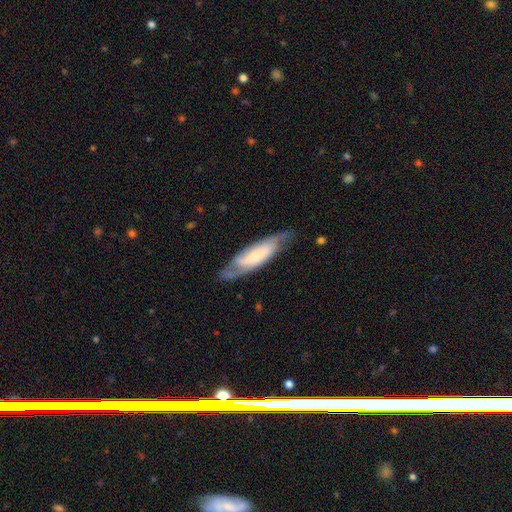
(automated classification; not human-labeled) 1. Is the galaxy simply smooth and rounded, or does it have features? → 62% featured or disk, 32% smooth, 6% star or artifact.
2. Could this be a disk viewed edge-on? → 74% no, 26% yes.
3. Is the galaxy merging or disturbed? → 69% none, 21% minor disturbance, 8% major disturbance, 2% merger.